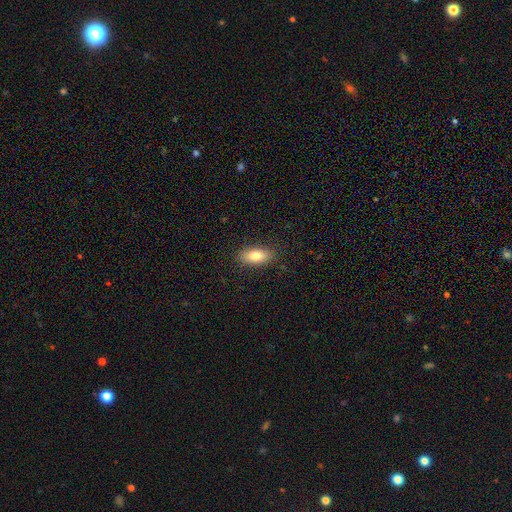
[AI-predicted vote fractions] Smooth or featured: smooth — 78% (featured or disk — 15%)
How rounded: in between — 84% (cigar-shaped — 12%)
Merging: none — 88% (minor disturbance — 9%)